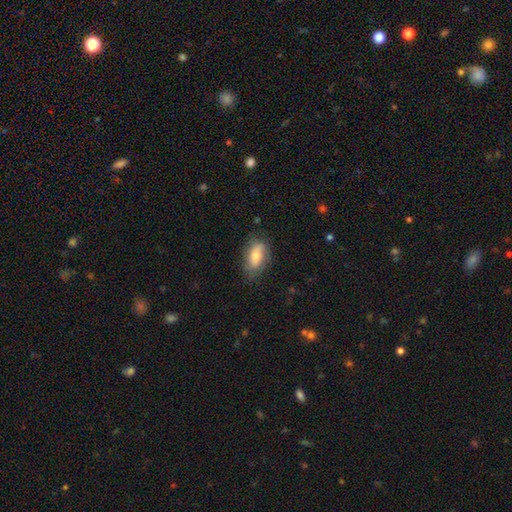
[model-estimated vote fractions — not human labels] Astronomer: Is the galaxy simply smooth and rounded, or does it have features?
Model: smooth — 72%.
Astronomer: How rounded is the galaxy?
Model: in between — 87%.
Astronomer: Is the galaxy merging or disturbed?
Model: none — 73%.